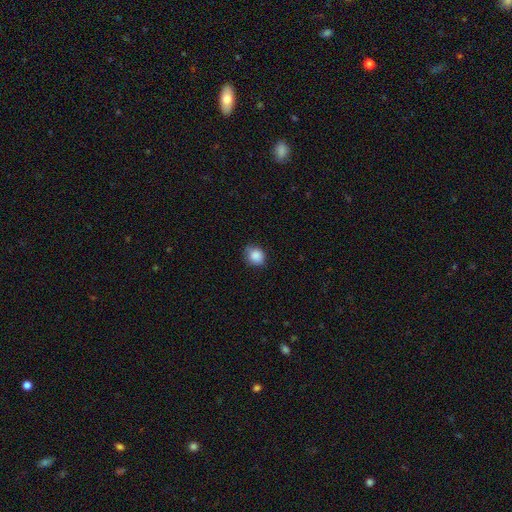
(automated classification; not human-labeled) Smooth or featured?
  - smooth: 87% *
  - star or artifact: 9%
  - featured or disk: 4%
How rounded?
  - round: 60% *
  - in between: 39%
  - cigar-shaped: 1%
Merging?
  - none: 75% *
  - minor disturbance: 21%
  - major disturbance: 4%
  - merger: 1%